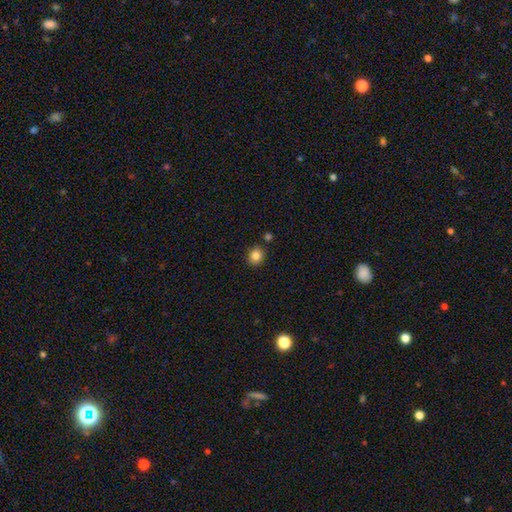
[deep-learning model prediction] Overall: smooth (84%). How rounded: round (76%). Merging: none (84%).